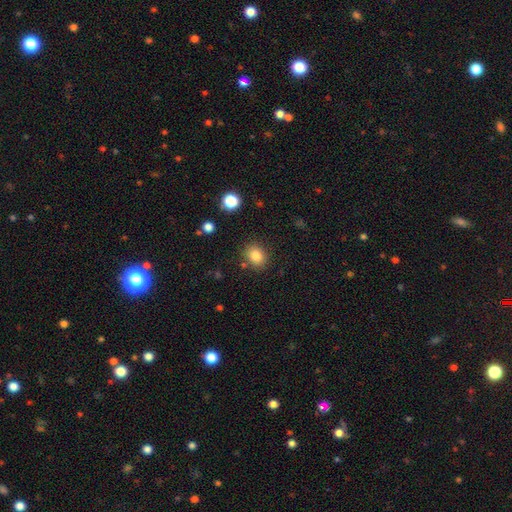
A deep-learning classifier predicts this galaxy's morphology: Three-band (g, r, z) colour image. It shows a smooth galaxy with no disk features (83%) that is round (63%). Merging: none (83%).